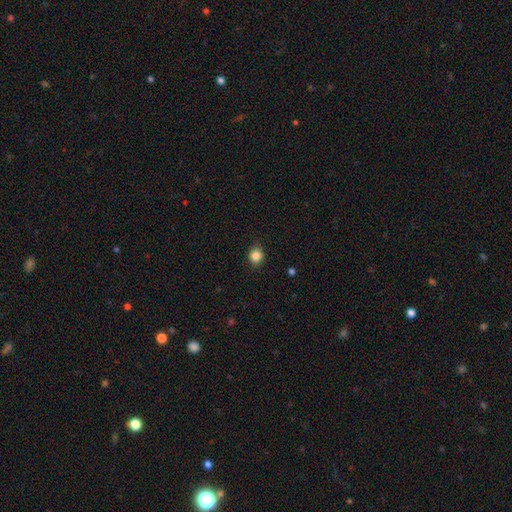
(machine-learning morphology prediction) Q: Smooth or featured?
A: smooth (84%); runner-up: star or artifact (11%)
Q: How rounded?
A: round (78%); runner-up: in between (22%)
Q: Merging?
A: none (85%); runner-up: minor disturbance (11%)